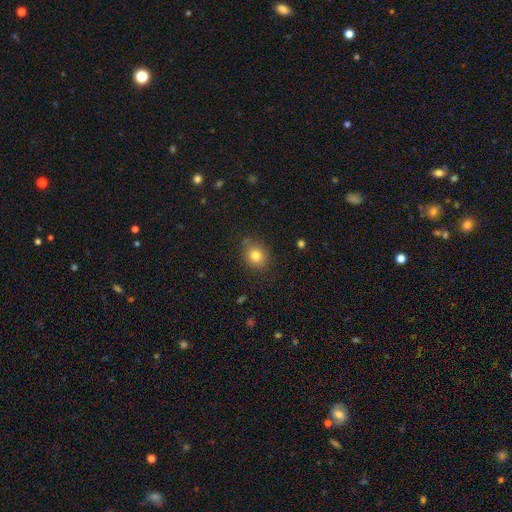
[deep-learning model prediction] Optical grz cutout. It shows a smooth galaxy with no disk features (80%) that is round (64%). Merging: none (79%).